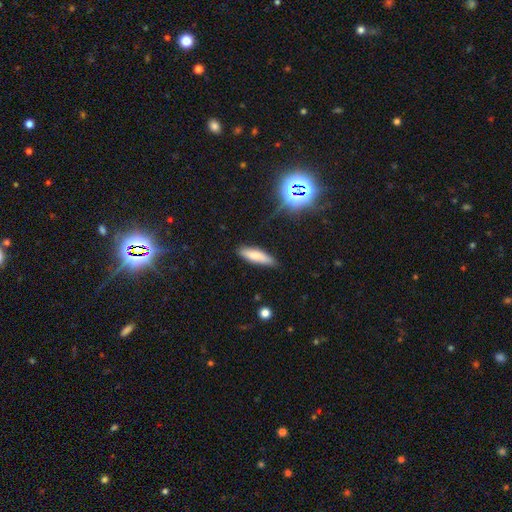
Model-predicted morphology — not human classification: type=smooth (75%); roundness=cigar-shaped (63%); merging=none (81%).